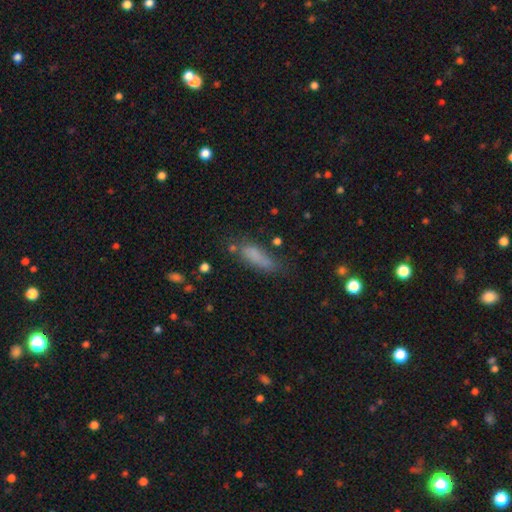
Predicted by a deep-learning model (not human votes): Q: Smooth or featured?
A: smooth (76%); runner-up: featured or disk (12%)
Q: How rounded?
A: in between (52%); runner-up: cigar-shaped (45%)
Q: Merging?
A: none (56%); runner-up: minor disturbance (26%)